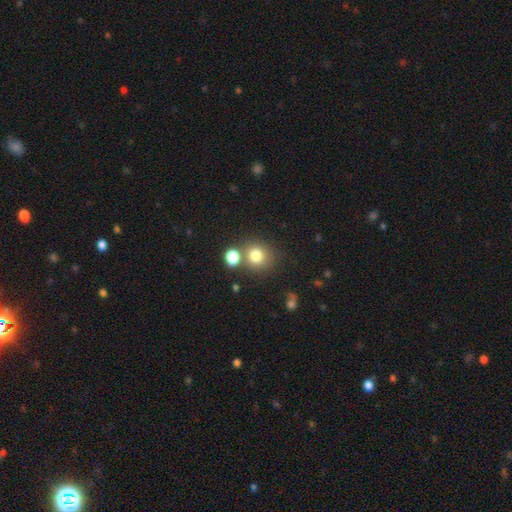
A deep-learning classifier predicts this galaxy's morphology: Smooth or featured? Predicted: smooth (p=0.78). How rounded? Predicted: round (p=0.85). Merging? Predicted: none (p=0.66).